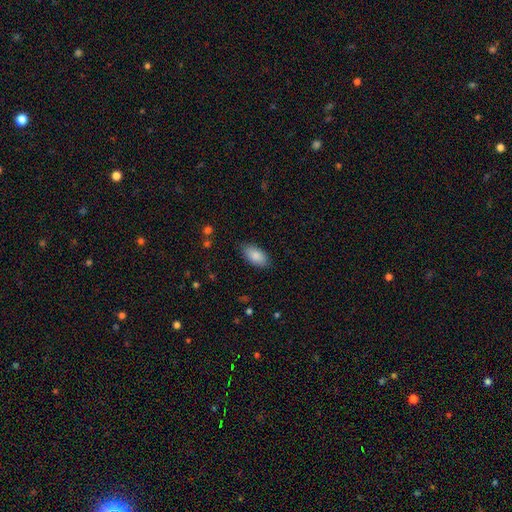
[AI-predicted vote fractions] Morphology: type=smooth (87%); roundness=in between (93%); merging=none (83%).